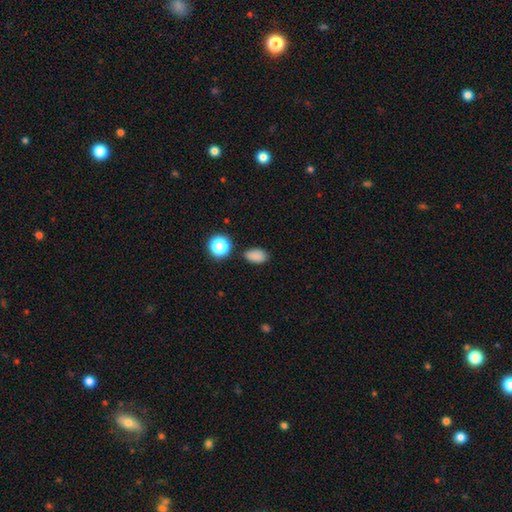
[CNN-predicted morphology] type=smooth (82%); roundness=in between (85%); merging=none (81%).